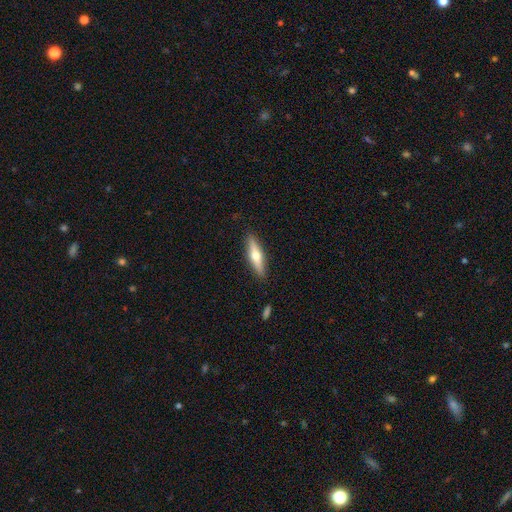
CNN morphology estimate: Smooth or featured: featured or disk — 52% (smooth — 43%)
Edge-on disk: yes — 94% (no — 6%)
Merging: none — 89% (minor disturbance — 8%)